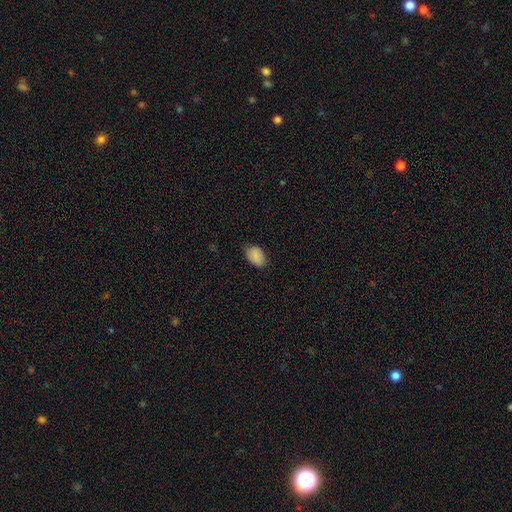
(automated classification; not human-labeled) Overall: smooth (88%). How rounded: in between (87%). Merging: none (77%).